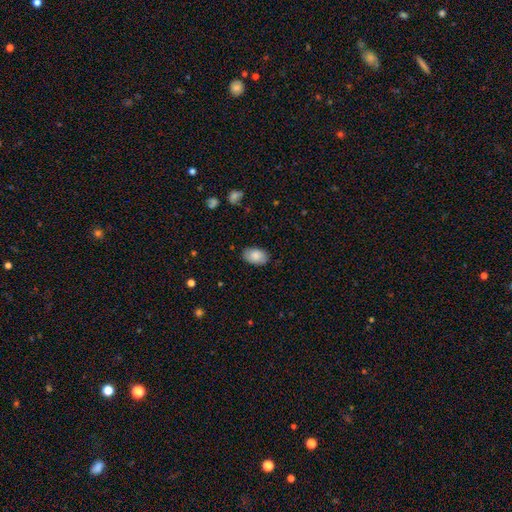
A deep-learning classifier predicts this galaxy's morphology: This is clearly a smooth galaxy (86%). How rounded: clearly in between (92%). Merging: clearly none (85%).